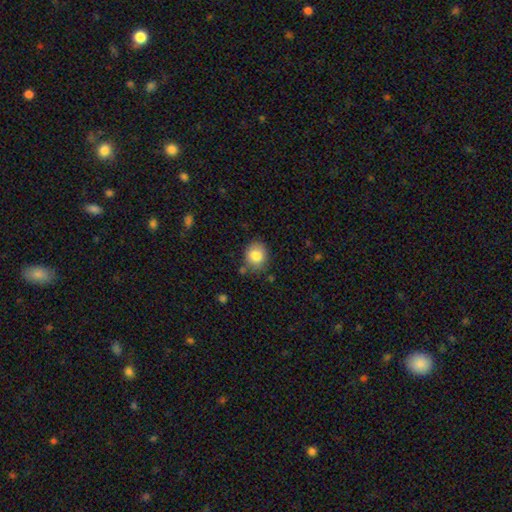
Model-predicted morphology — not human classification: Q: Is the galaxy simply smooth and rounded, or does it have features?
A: smooth — 83%.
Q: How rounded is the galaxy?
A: round — 65%.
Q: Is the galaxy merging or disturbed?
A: none — 76%.